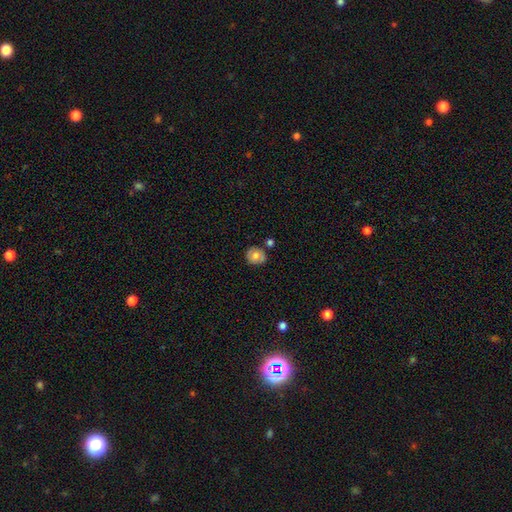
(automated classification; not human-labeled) Q: Smooth or featured?
A: smooth (65%); runner-up: featured or disk (27%)
Q: How rounded?
A: round (81%); runner-up: in between (18%)
Q: Merging?
A: none (75%); runner-up: minor disturbance (14%)